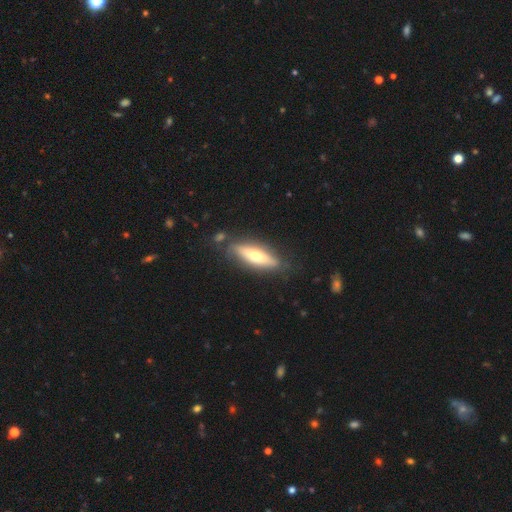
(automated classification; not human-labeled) Q: Smooth or featured?
A: smooth (50%); runner-up: featured or disk (44%)
Q: How rounded?
A: cigar-shaped (58%); runner-up: in between (40%)
Q: Merging?
A: none (78%); runner-up: minor disturbance (14%)